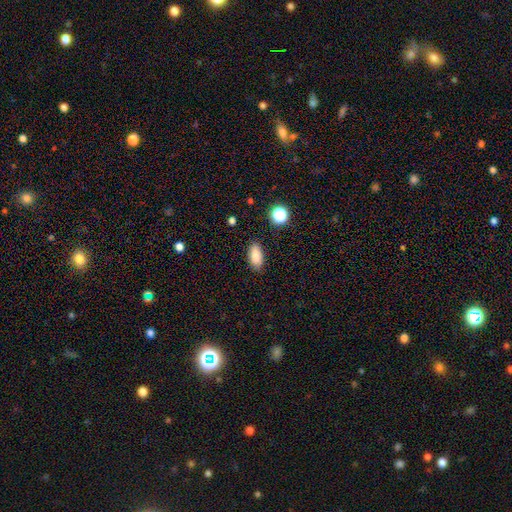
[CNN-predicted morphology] type=smooth (86%); roundness=in between (88%); merging=none (86%).